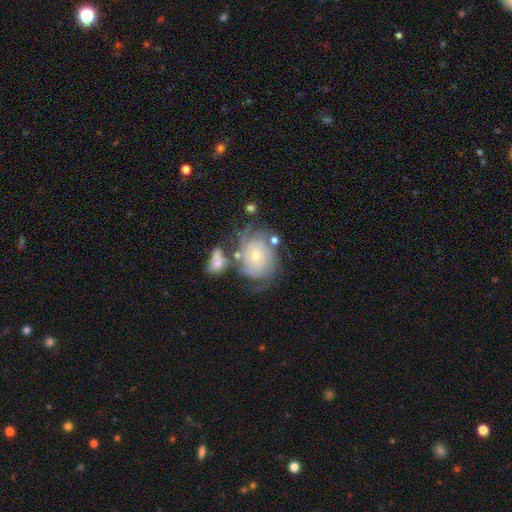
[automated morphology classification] This is clearly a featured or disk galaxy (82%). It is clearly not viewed edge-on (97%). Bar: likely no (76%). Spiral arm pattern: clearly yes (94%). Spiral arm count: marginally can't tell (39%). Spiral winding: likely tight (77%). Central bulge: likely small (61%). Merging: possibly none (56%).